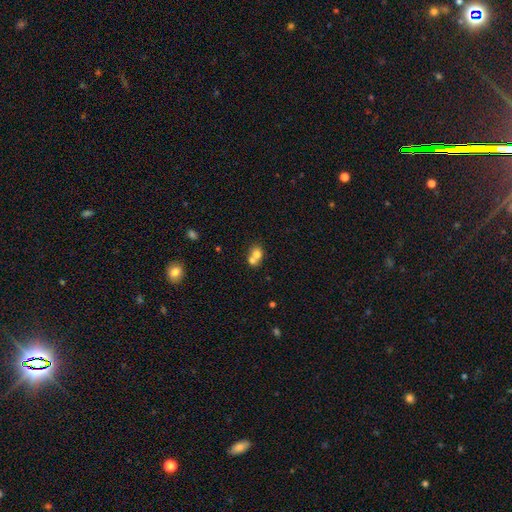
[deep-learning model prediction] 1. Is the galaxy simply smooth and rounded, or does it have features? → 72% smooth, 17% featured or disk, 12% star or artifact.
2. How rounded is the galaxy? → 68% round, 30% in between, 1% cigar-shaped.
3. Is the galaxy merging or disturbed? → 60% merger, 31% none, 6% minor disturbance, 3% major disturbance.